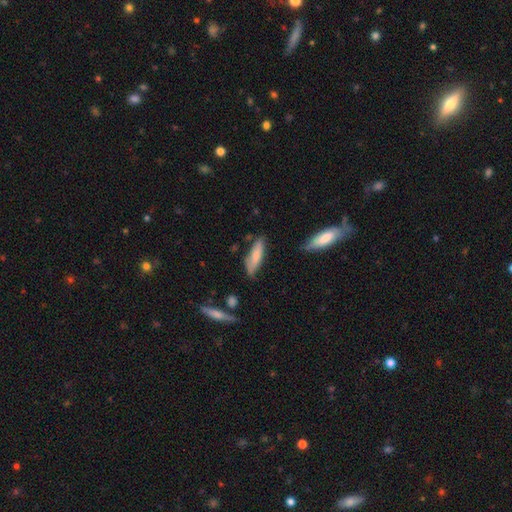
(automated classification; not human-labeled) This is likely a smooth galaxy (75%). How rounded: likely cigar-shaped (63%). Merging: likely none (66%).